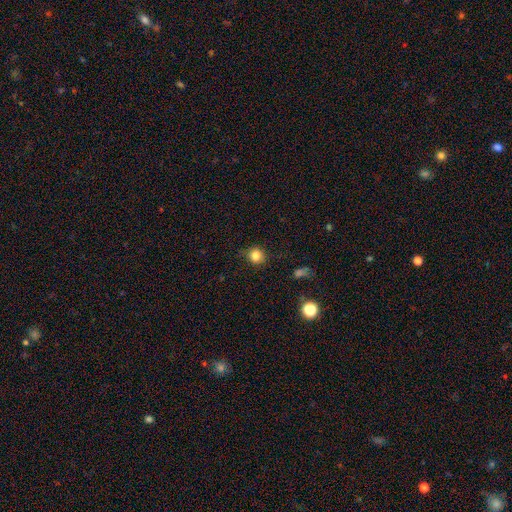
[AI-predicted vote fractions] Smooth or featured? smooth (83%)
How rounded? round (89%)
Merging? none (84%)